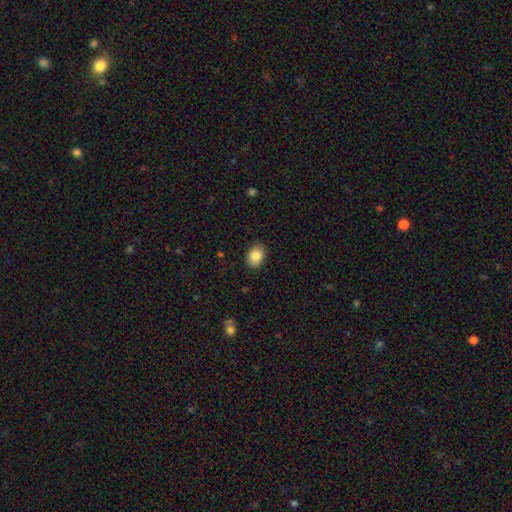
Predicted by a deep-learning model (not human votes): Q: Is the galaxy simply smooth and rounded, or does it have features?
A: smooth — 84%.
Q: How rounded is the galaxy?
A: in between — 70%.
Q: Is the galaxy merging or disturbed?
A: none — 86%.